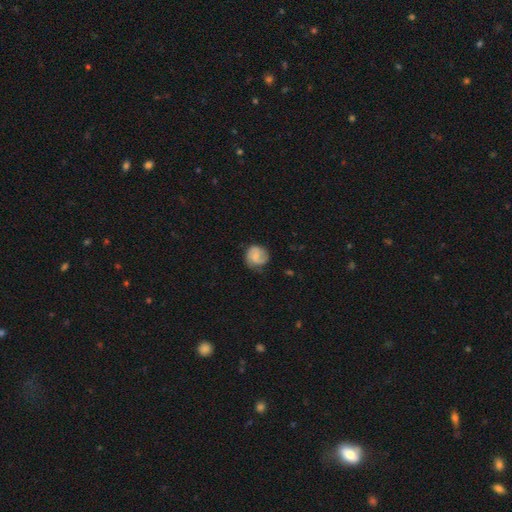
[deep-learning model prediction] Smooth or featured: featured or disk — 50% (smooth — 43%)
Merging: none — 69% (minor disturbance — 22%)